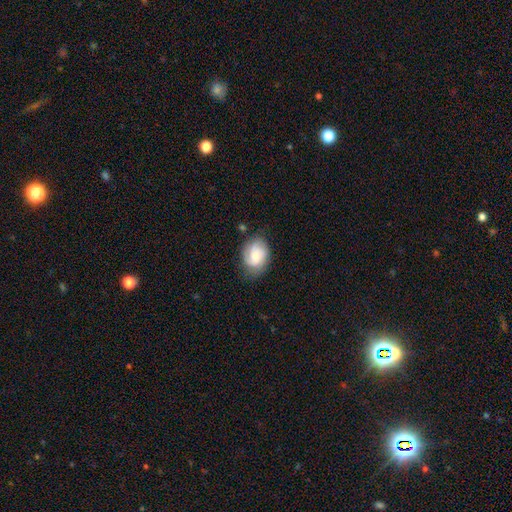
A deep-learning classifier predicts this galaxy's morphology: Smooth or featured?
  - featured or disk: 47% *
  - smooth: 45%
  - star or artifact: 8%
Merging?
  - none: 72% *
  - minor disturbance: 21%
  - major disturbance: 6%
  - merger: 2%